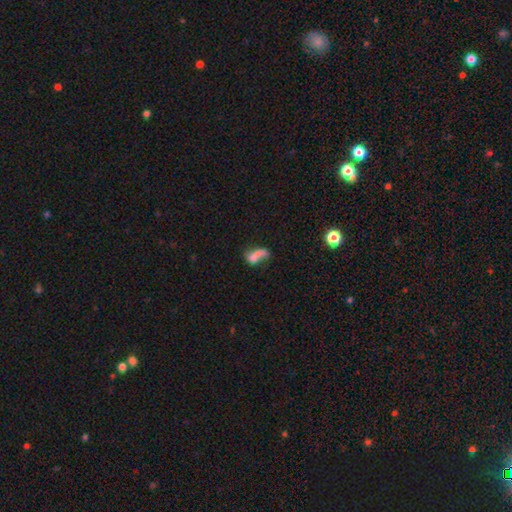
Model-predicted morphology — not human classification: Q: Smooth or featured?
A: smooth (55%); runner-up: featured or disk (33%)
Q: How rounded?
A: in between (73%); runner-up: round (16%)
Q: Merging?
A: major disturbance (31%); runner-up: merger (29%)